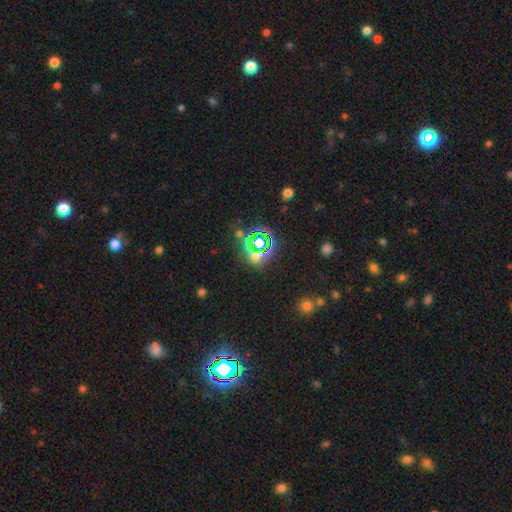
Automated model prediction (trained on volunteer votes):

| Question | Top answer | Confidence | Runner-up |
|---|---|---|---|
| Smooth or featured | star or artifact | 71% | smooth (20%) |